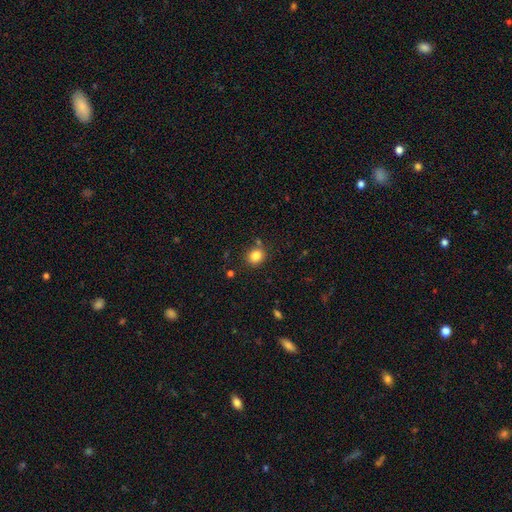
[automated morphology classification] This appears to be a smooth galaxy with no disk features (84%) that is round (78%). Merging: none (81%).